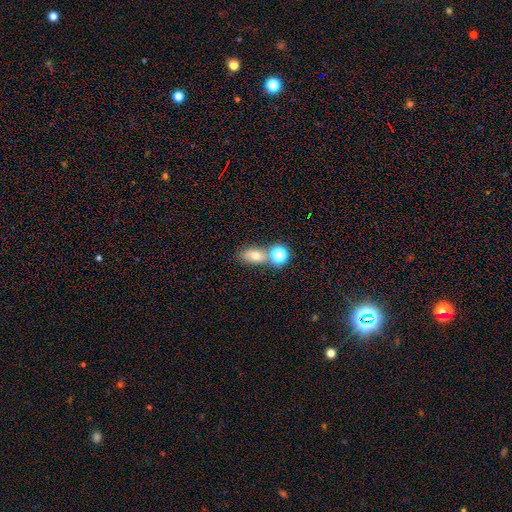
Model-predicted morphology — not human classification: The model was most divided on "merging": none: 57%, merger: 27%, minor disturbance: 12%, major disturbance: 4%. More confident: how rounded — in between (72%); smooth or featured — smooth (68%).